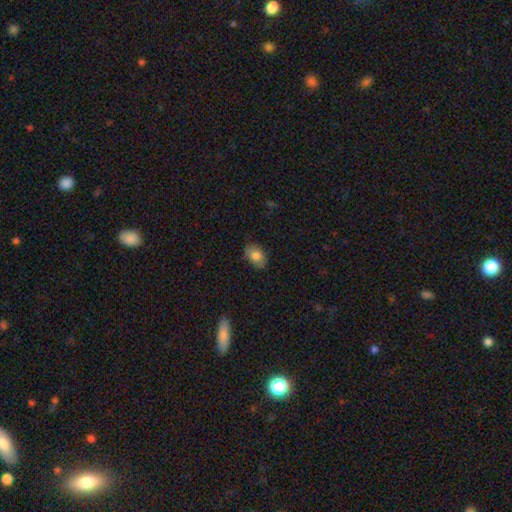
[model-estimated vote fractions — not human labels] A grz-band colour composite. It shows a smooth galaxy with no disk features (80%) that is in between round and cigar-shaped (84%). Merging: none (83%).